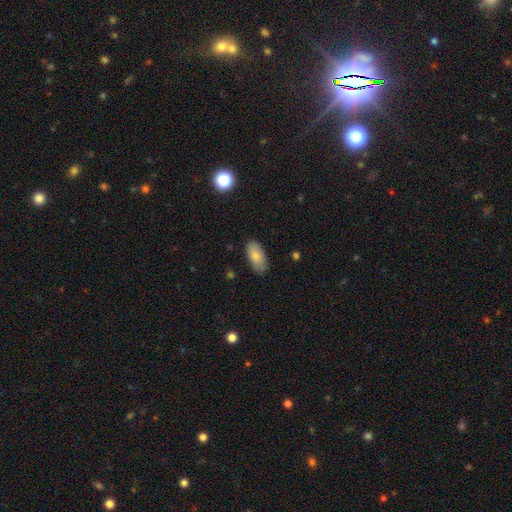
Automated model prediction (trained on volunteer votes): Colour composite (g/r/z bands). It shows a smooth galaxy with no disk features (82%) that is in between round and cigar-shaped (92%). Merging: none (83%).